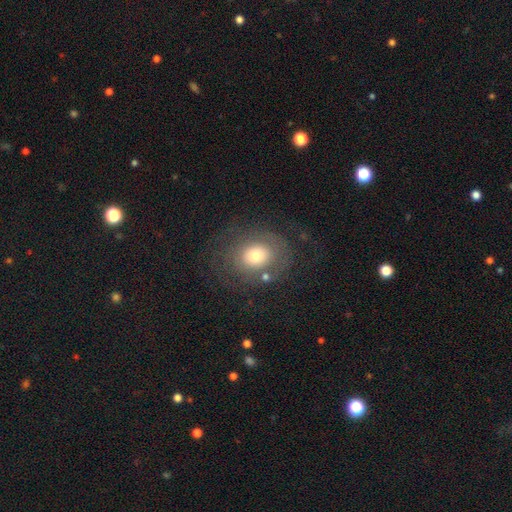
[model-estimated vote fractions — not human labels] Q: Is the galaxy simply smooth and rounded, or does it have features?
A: smooth — 50%.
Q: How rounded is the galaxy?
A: in between — 50%.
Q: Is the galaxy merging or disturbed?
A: none — 69%.